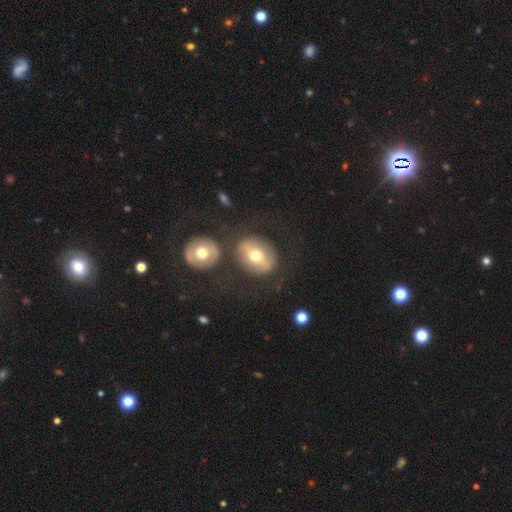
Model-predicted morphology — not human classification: Smooth or featured?
  - smooth: 48% *
  - featured or disk: 45%
  - star or artifact: 7%
Merging?
  - none: 67% *
  - merger: 14%
  - minor disturbance: 12%
  - major disturbance: 7%